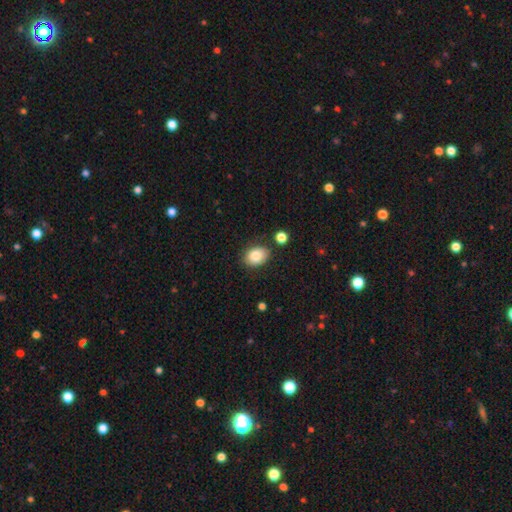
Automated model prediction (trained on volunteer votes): Smooth or featured?
  - smooth: 83% *
  - featured or disk: 9%
  - star or artifact: 8%
How rounded?
  - in between: 71% *
  - round: 28%
  - cigar-shaped: 1%
Merging?
  - none: 80% *
  - minor disturbance: 13%
  - merger: 4%
  - major disturbance: 3%